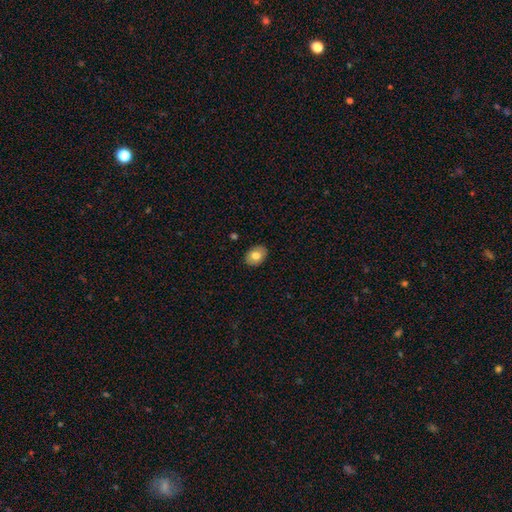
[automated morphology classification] The model was most divided on "how rounded": in between: 73%, round: 26%, cigar-shaped: 1%. More confident: merging — none (89%); smooth or featured — smooth (77%).